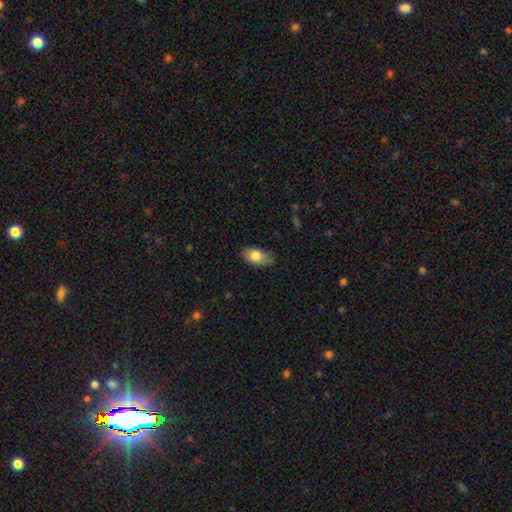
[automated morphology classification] Q: Smooth or featured?
A: smooth (80%); runner-up: featured or disk (13%)
Q: How rounded?
A: in between (90%); runner-up: round (7%)
Q: Merging?
A: none (68%); runner-up: minor disturbance (26%)